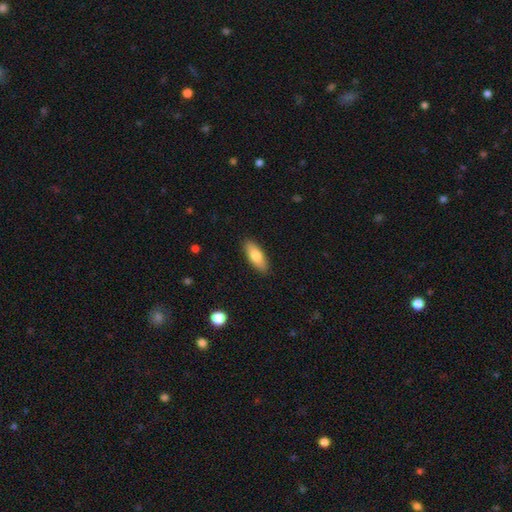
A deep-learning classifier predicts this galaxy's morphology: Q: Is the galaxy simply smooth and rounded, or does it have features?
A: smooth — 77%.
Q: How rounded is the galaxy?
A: in between — 73%.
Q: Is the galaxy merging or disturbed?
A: none — 89%.